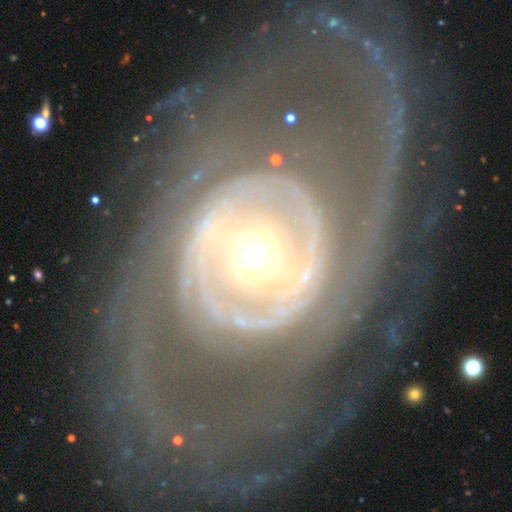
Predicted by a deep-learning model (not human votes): smooth-or-featured: featured or disk: 86% | smooth: 9% | star or artifact: 5%
  disk-edge-on: no: 93% | yes: 7%
    bar: no: 59% | weak: 23% | strong: 17%
    has-spiral-arms: yes: 71% | no: 29%
      spiral-winding: tight: 50% | medium: 32% | loose: 18%
      spiral-arm-count: 2: 46% | can't tell: 29% | 3: 8% | 1: 7% | 4: 5% | more than 4: 5%
    bulge-size: moderate: 58% | small: 25% | large: 14% | dominant: 2% | none: 1%
  merging: none: 67% | major disturbance: 18% | minor disturbance: 13% | merger: 2%